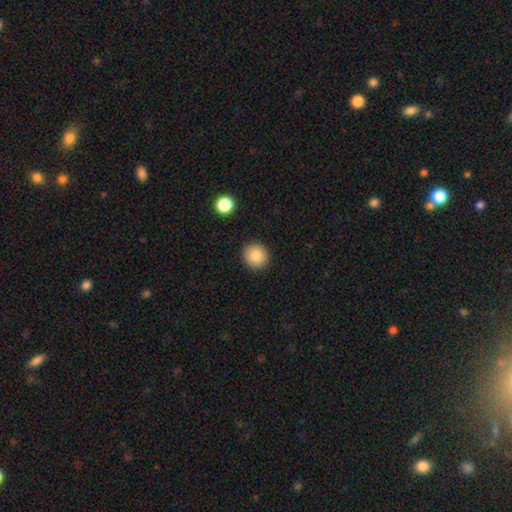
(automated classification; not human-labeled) smooth 85%, star or artifact 9%, featured or disk 6%. Down the decision tree: how rounded — round (92%); merging — none (92%).